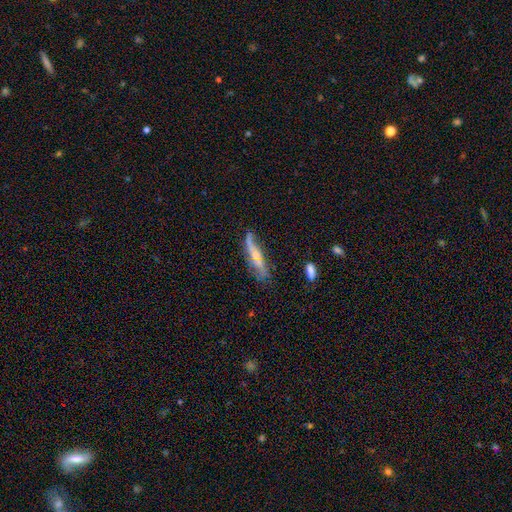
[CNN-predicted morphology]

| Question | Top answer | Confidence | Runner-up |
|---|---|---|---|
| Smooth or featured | featured or disk | 59% | smooth (33%) |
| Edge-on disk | no | 52% | yes (48%) |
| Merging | none | 49% | minor disturbance (28%) |